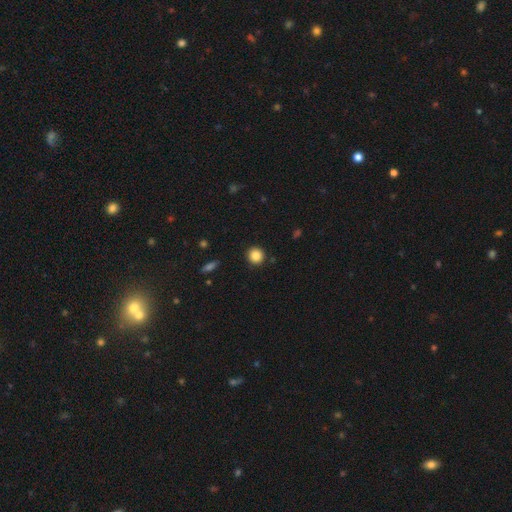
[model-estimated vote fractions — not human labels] Overall: smooth (85%). How rounded: round (94%). Merging: none (91%).